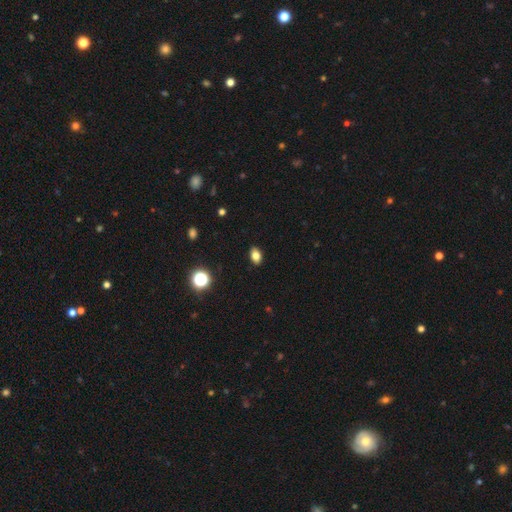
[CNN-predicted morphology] smooth 81%, star or artifact 12%, featured or disk 7%. Down the decision tree: how rounded — in between (84%); merging — none (89%).